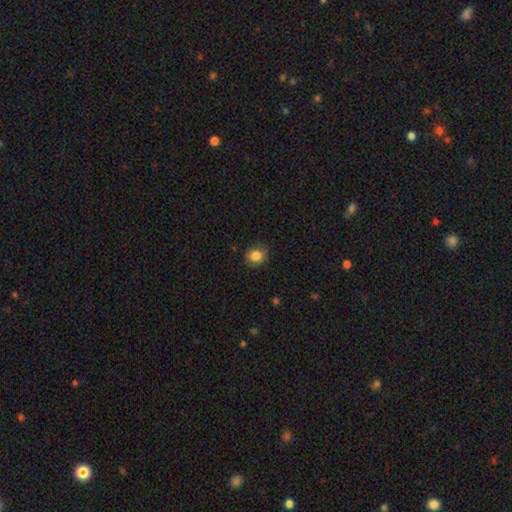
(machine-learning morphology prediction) This appears to be a smooth galaxy with no disk features (85%) that is round (70%). Merging: none (81%).